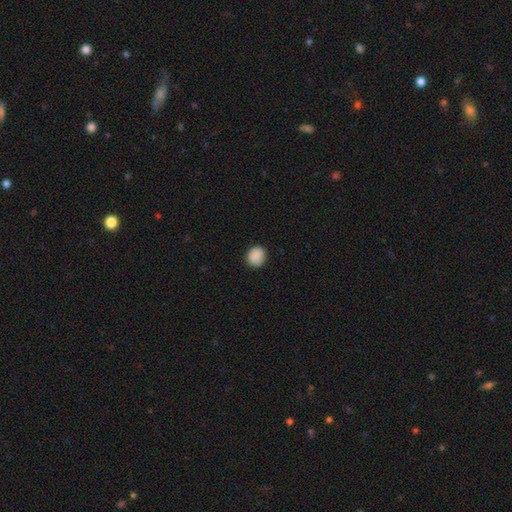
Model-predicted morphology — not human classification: type=smooth (89%); roundness=round (78%); merging=none (85%).